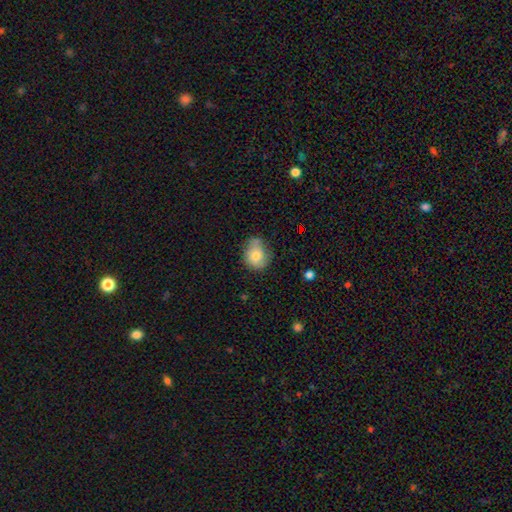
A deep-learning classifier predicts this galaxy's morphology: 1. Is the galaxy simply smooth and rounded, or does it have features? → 73% smooth, 18% featured or disk, 9% star or artifact.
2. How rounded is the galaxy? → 57% round, 42% in between, 1% cigar-shaped.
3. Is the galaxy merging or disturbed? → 49% none, 35% minor disturbance, 10% major disturbance, 6% merger.